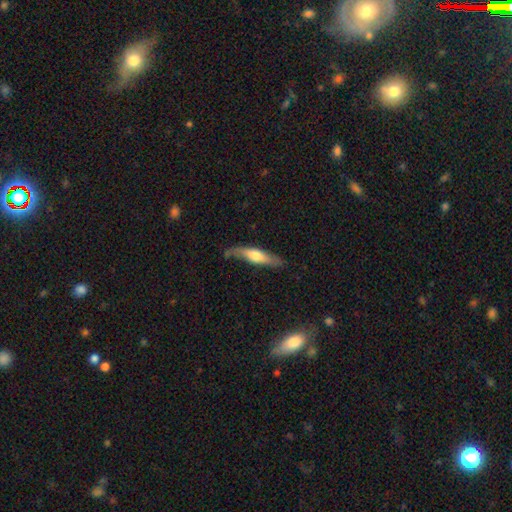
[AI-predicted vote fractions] Morphology: type=smooth (51%); roundness=cigar-shaped (76%); merging=none (70%).